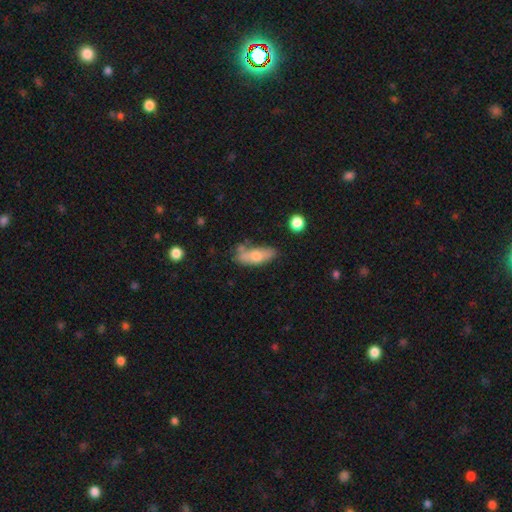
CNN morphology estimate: A smooth galaxy with no disk features (65%) that is in between round and cigar-shaped (71%).

Vote fractions:
- Smooth or featured? smooth: 65% / featured or disk: 27% / star or artifact: 7%
- How rounded? in between: 71% / cigar-shaped: 26% / round: 3%
- Merging? none: 54% / minor disturbance: 25% / merger: 13% / major disturbance: 8%